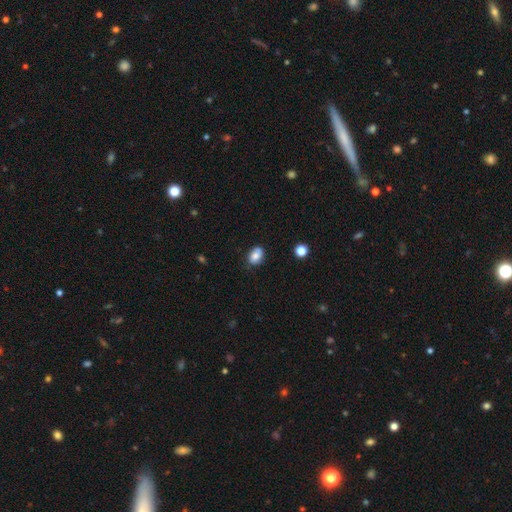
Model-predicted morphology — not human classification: Smooth or featured? Predicted: smooth (p=0.76). How rounded? Predicted: in between (p=0.78). Merging? Predicted: none (p=0.72).